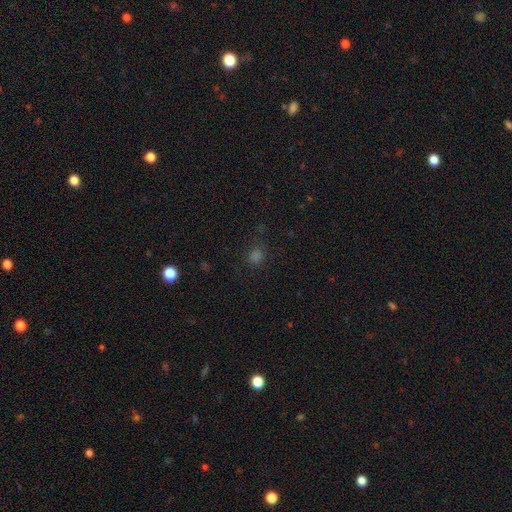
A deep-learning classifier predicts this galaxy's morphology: smooth 66%, star or artifact 28%, featured or disk 5%. Down the decision tree: how rounded — round (82%); merging — none (80%).